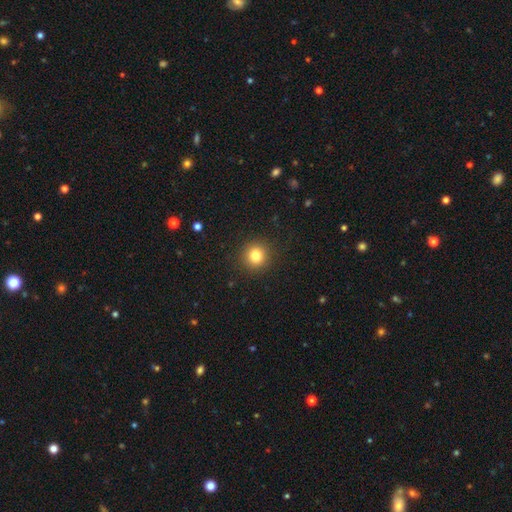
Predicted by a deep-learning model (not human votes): smooth_or_featured: smooth (p=0.82) [alt: star or artifact p=0.12]
how_rounded: round (p=0.93) [alt: in between p=0.06]
merging: none (p=0.91) [alt: minor disturbance p=0.06]